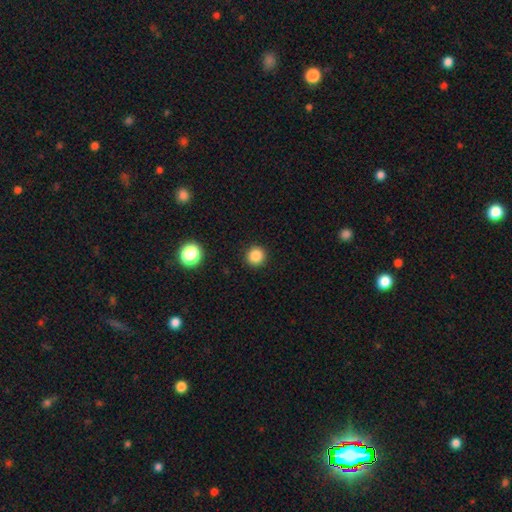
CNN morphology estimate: This appears to be a smooth galaxy with no disk features (85%) that is round (94%). Merging: none (92%).